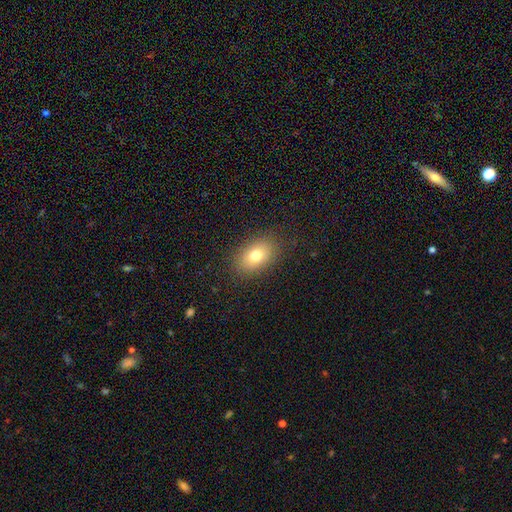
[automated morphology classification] This appears to be a smooth galaxy with no disk features (77%) that is in between round and cigar-shaped (84%). Merging: none (86%).